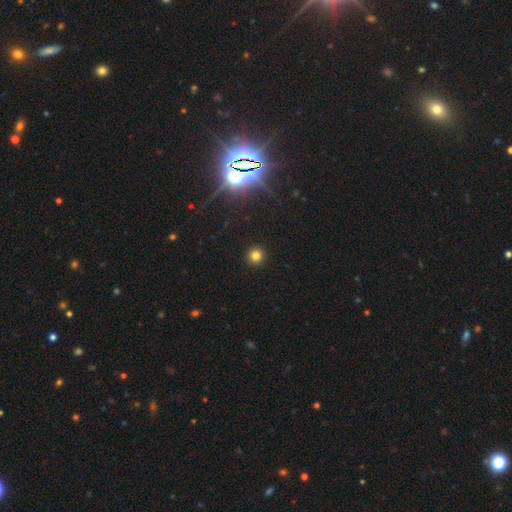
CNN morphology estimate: type=smooth (78%); roundness=round (95%); merging=none (93%).